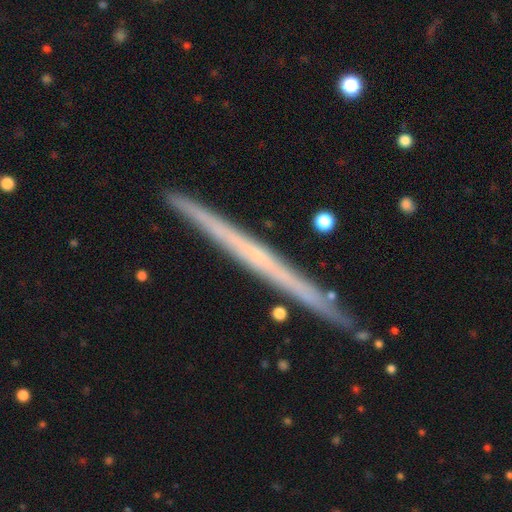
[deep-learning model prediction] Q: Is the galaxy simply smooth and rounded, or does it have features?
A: featured or disk — 71%.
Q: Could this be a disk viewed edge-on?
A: yes — 97%.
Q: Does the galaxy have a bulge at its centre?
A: none — 86%.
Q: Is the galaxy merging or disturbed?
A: none — 87%.